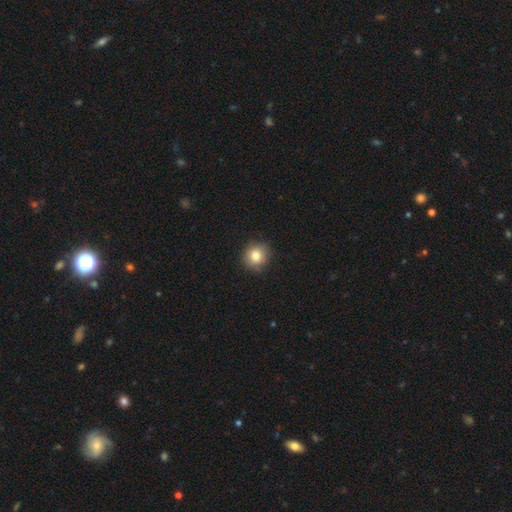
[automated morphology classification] smooth-or-featured: smooth: 82% | star or artifact: 10% | featured or disk: 8%
  how-rounded: round: 88% | in between: 11% | cigar-shaped: 1%
  merging: none: 88% | minor disturbance: 9% | major disturbance: 2% | merger: 1%